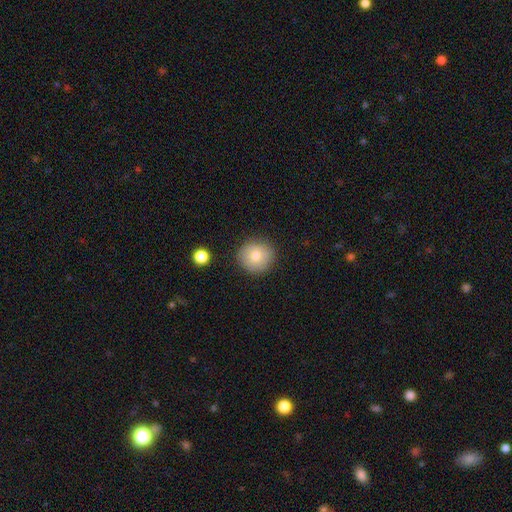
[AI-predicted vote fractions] Smooth or featured: smooth — 78% (featured or disk — 13%)
How rounded: round — 90% (in between — 9%)
Merging: none — 87% (minor disturbance — 9%)